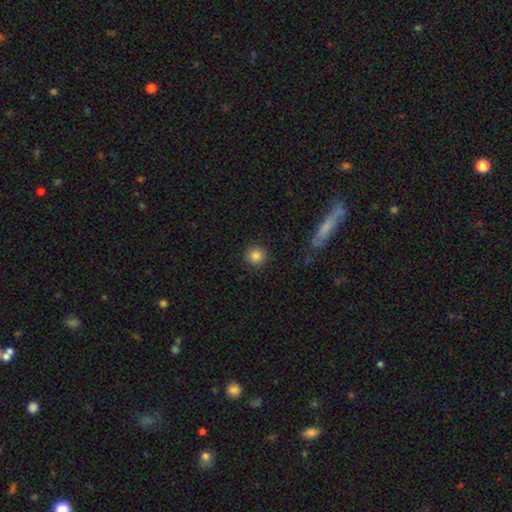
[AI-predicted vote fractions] This is clearly a smooth galaxy (85%). How rounded: clearly round (94%). Merging: clearly none (90%).